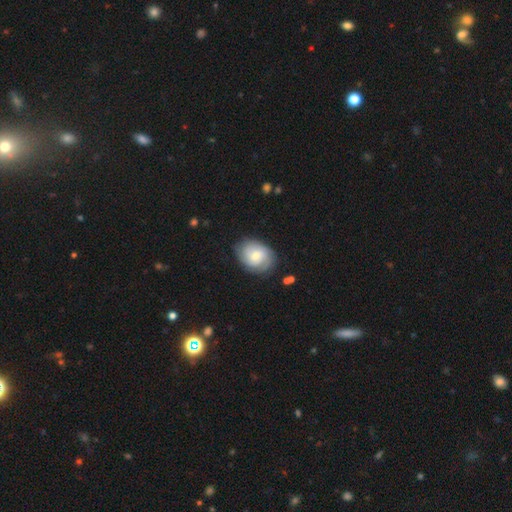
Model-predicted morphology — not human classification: featured or disk 60%, smooth 34%, star or artifact 6%. Down the decision tree: edge-on disk — no (97%); bar — no (57%); spiral arms — yes (87%); spiral arm count — can't tell (39%); spiral winding — tight (61%); bulge size — moderate (54%); merging — none (75%).